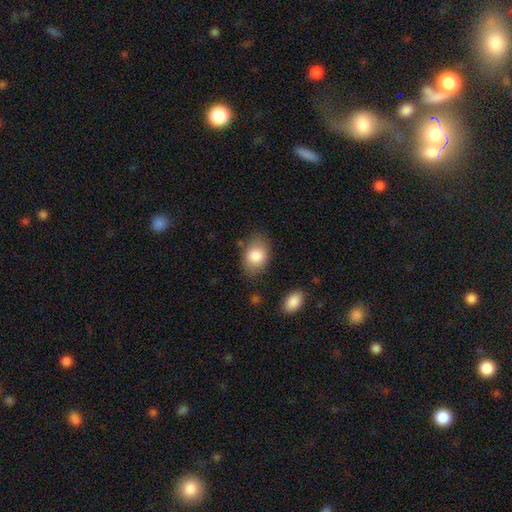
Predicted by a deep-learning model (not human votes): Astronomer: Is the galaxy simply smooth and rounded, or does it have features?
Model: smooth — 84%.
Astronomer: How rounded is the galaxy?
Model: in between — 75%.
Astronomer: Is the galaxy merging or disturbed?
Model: none — 74%.